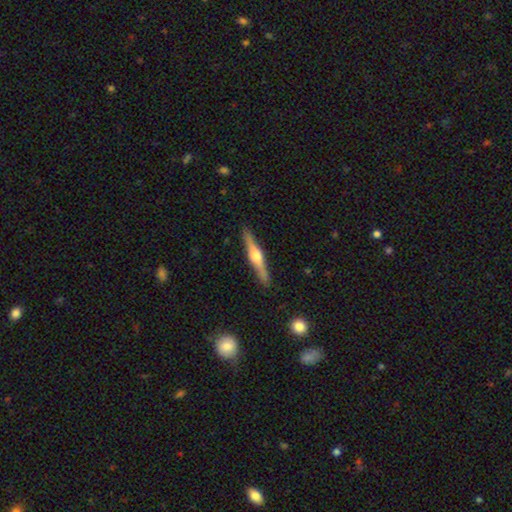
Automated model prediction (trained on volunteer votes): Overall: featured or disk (72%). Edge-on disk: yes (98%). Edge-on bulge: rounded (91%). Merging: none (90%).